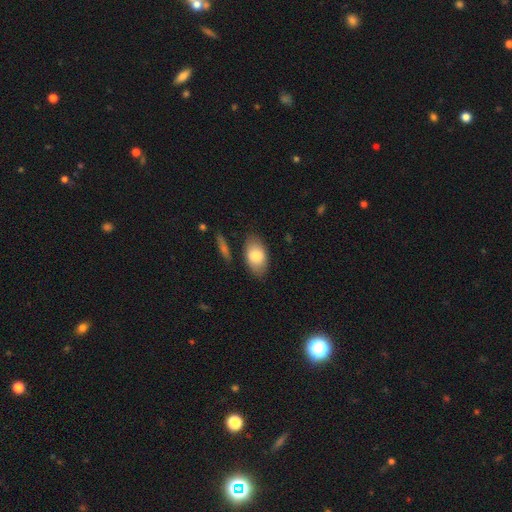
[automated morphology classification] smooth_or_featured: smooth (p=0.80) [alt: featured or disk p=0.14]
how_rounded: in between (p=0.92) [alt: round p=0.06]
merging: none (p=0.81) [alt: minor disturbance p=0.13]